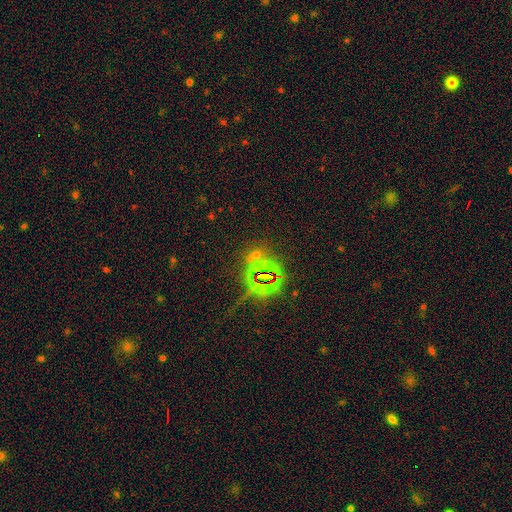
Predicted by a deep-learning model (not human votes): Smooth or featured? Predicted: star or artifact (p=0.79).